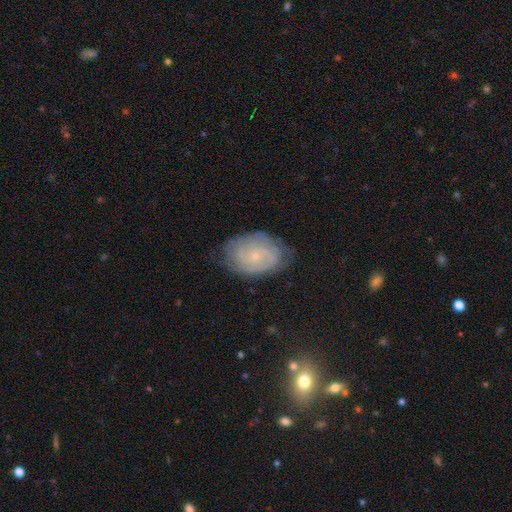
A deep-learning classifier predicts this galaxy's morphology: Smooth or featured? Predicted: featured or disk (p=0.72). Edge-on disk? Predicted: no (p=0.97). Bar? Predicted: no (p=0.77). Spiral arms? Predicted: yes (p=0.87). Spiral winding? Predicted: tight (p=0.71). Spiral arm count? Predicted: can't tell (p=0.44). Bulge size? Predicted: small (p=0.83). Merging? Predicted: none (p=0.75).